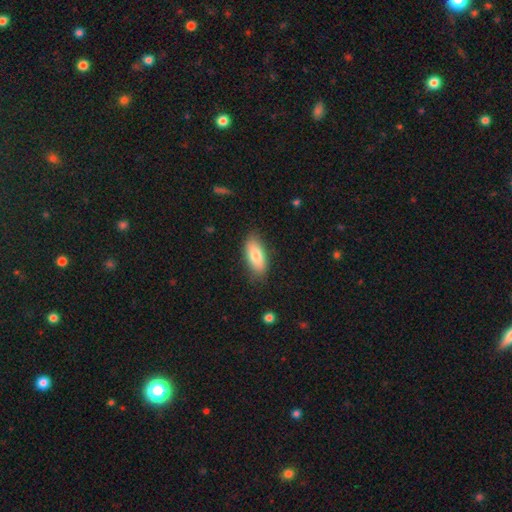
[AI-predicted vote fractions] Smooth or featured? Predicted: smooth (p=0.79). How rounded? Predicted: in between (p=0.85). Merging? Predicted: none (p=0.82).